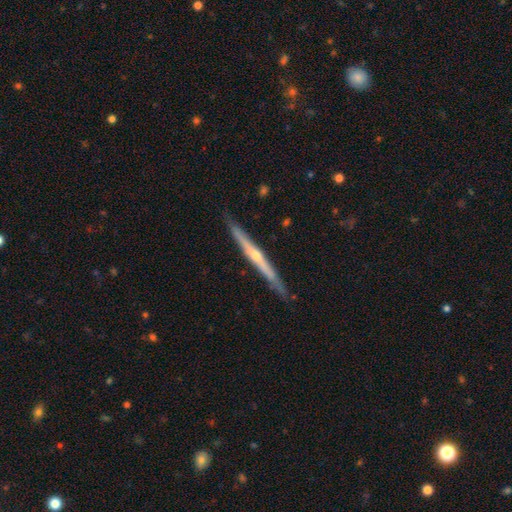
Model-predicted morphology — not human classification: Q: Smooth or featured?
A: featured or disk (76%); runner-up: smooth (18%)
Q: Edge-on disk?
A: yes (97%); runner-up: no (3%)
Q: Edge-on bulge?
A: rounded (76%); runner-up: none (21%)
Q: Merging?
A: none (88%); runner-up: minor disturbance (9%)